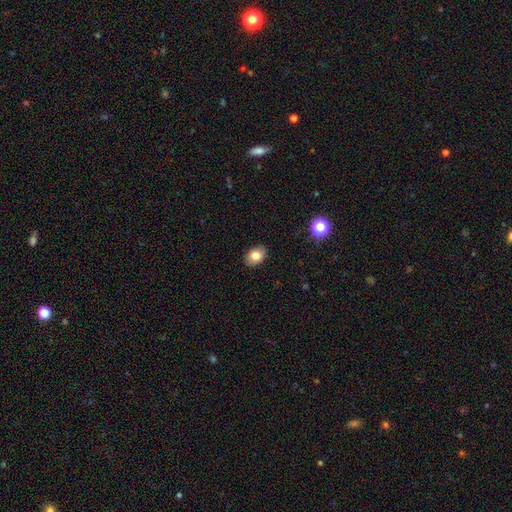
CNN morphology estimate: A smooth galaxy with no disk features (82%) that is in between round and cigar-shaped (74%). Merging: none (89%).